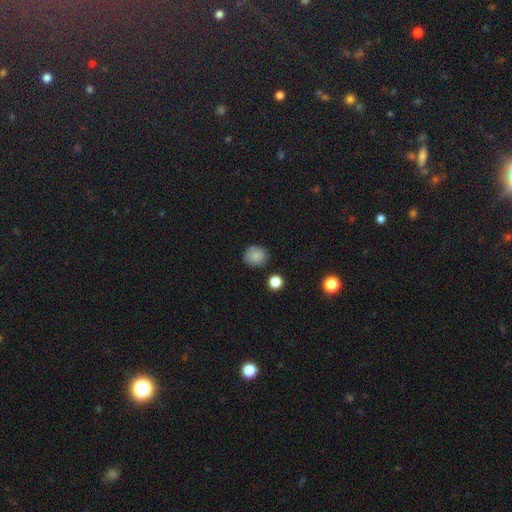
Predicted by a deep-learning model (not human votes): Smooth or featured? smooth (85%)
How rounded? round (75%)
Merging? none (80%)